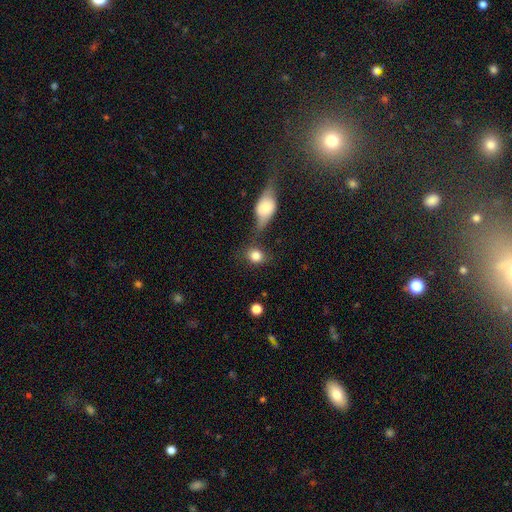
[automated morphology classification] smooth-or-featured: smooth: 83% | featured or disk: 9% | star or artifact: 8%
  how-rounded: round: 61% | in between: 36% | cigar-shaped: 2%
  merging: none: 58% | merger: 20% | minor disturbance: 15% | major disturbance: 7%